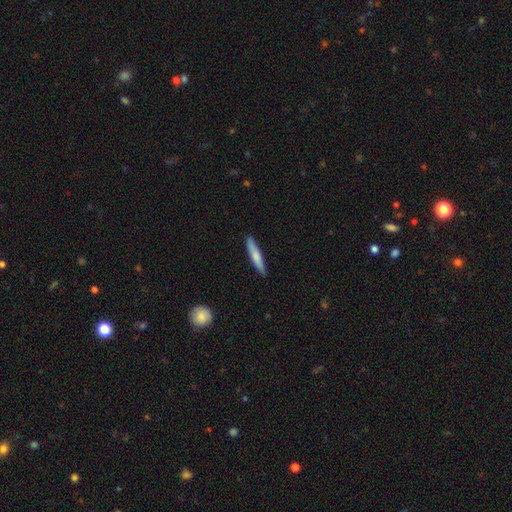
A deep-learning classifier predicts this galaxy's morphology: A smooth galaxy with no disk features (71%) that is cigar-shaped (91%).

Vote fractions:
- Smooth or featured? smooth: 71% / featured or disk: 24% / star or artifact: 5%
- How rounded? cigar-shaped: 91% / in between: 7% / round: 1%
- Merging? none: 89% / minor disturbance: 8% / major disturbance: 2% / merger: 1%